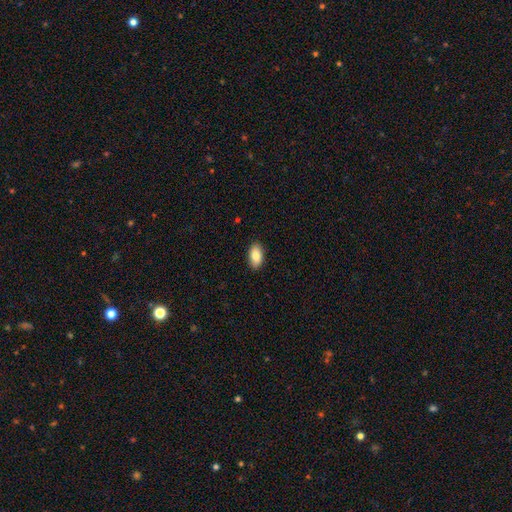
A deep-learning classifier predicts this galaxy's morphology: Smooth or featured? Predicted: smooth (p=0.84). How rounded? Predicted: in between (p=0.93). Merging? Predicted: none (p=0.89).